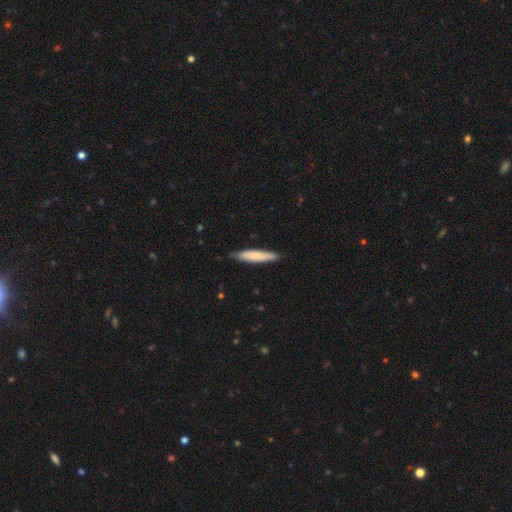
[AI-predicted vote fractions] Smooth or featured: smooth — 70% (featured or disk — 24%)
How rounded: cigar-shaped — 83% (in between — 15%)
Merging: none — 83% (minor disturbance — 14%)